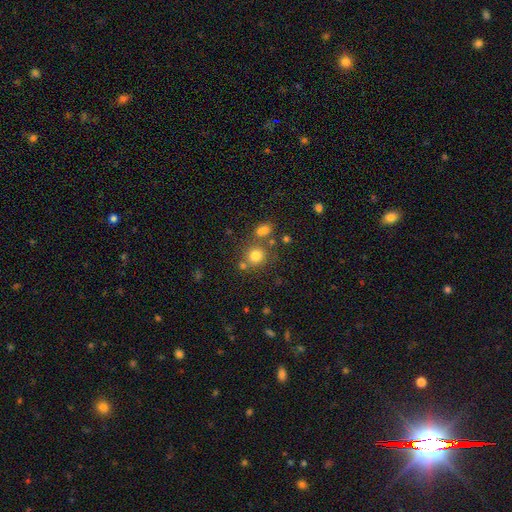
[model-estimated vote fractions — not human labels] Smooth or featured? smooth (76%)
How rounded? round (87%)
Merging? none (69%)